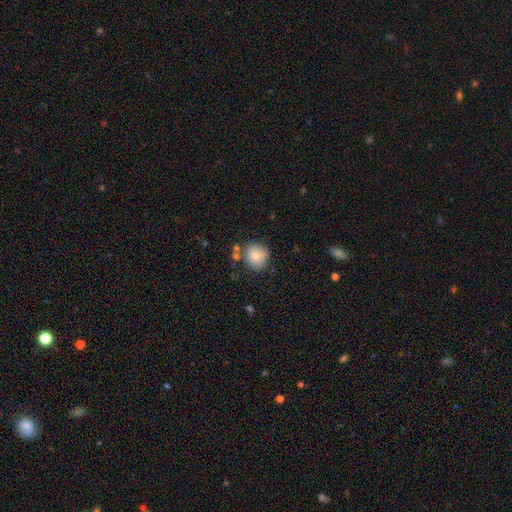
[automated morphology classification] A smooth galaxy with no disk features (83%) that is round (85%). Merging: none (73%).